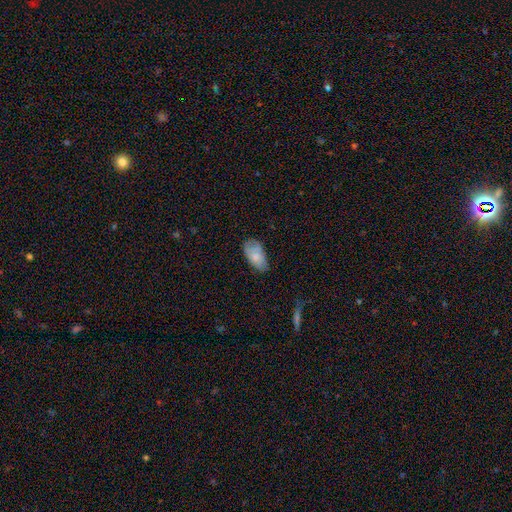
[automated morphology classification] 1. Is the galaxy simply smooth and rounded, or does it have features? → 74% smooth, 20% featured or disk, 7% star or artifact.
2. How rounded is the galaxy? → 94% in between, 3% round, 3% cigar-shaped.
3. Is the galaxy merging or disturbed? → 61% none, 29% minor disturbance, 8% major disturbance, 2% merger.